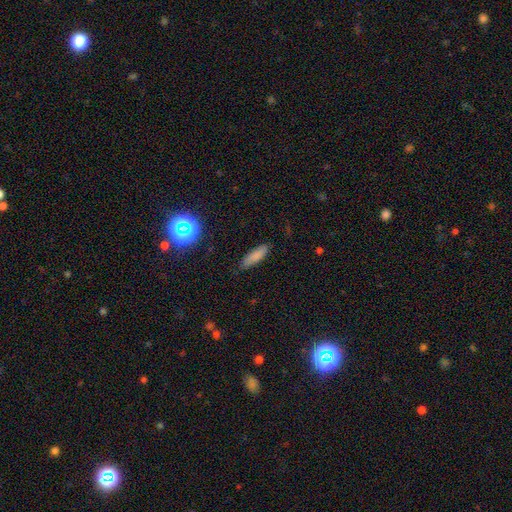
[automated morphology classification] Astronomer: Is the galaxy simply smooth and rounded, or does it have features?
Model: smooth — 80%.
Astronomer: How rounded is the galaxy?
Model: cigar-shaped — 56% (runner-up: in between, 42%).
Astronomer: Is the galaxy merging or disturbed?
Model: none — 81%.